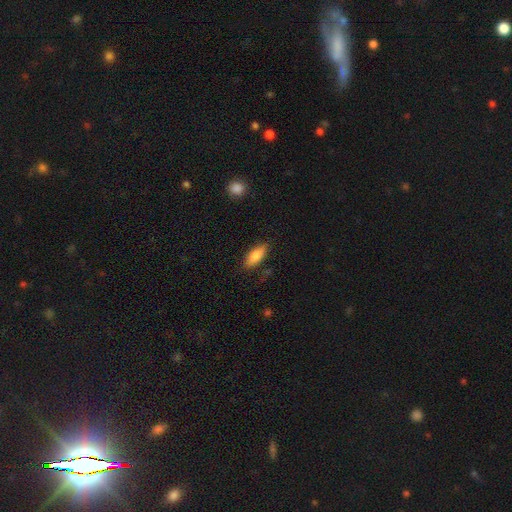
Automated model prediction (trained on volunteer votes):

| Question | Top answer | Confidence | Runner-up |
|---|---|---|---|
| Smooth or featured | smooth | 80% | featured or disk (14%) |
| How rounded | in between | 75% | cigar-shaped (23%) |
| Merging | none | 83% | minor disturbance (13%) |